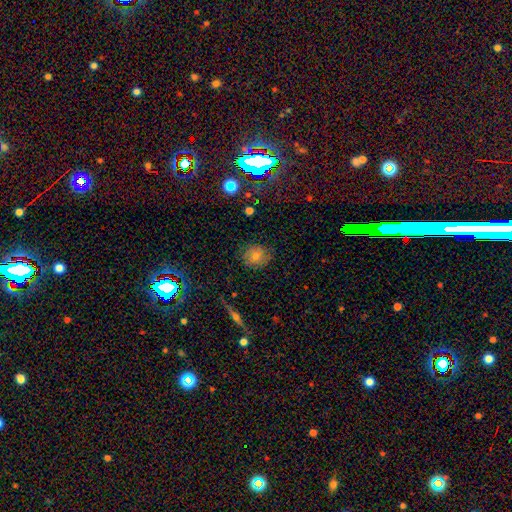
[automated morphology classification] This is possibly a smooth galaxy (51%). How rounded: clearly round (83%). Merging: clearly none (81%).